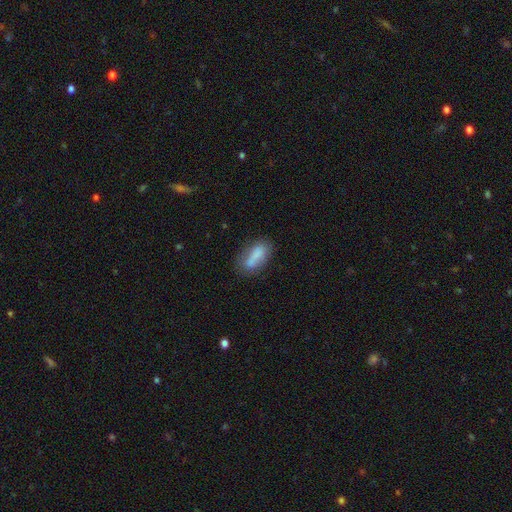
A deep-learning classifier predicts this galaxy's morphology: Q: Smooth or featured?
A: smooth (77%); runner-up: featured or disk (15%)
Q: How rounded?
A: in between (71%); runner-up: cigar-shaped (26%)
Q: Merging?
A: none (60%); runner-up: minor disturbance (23%)